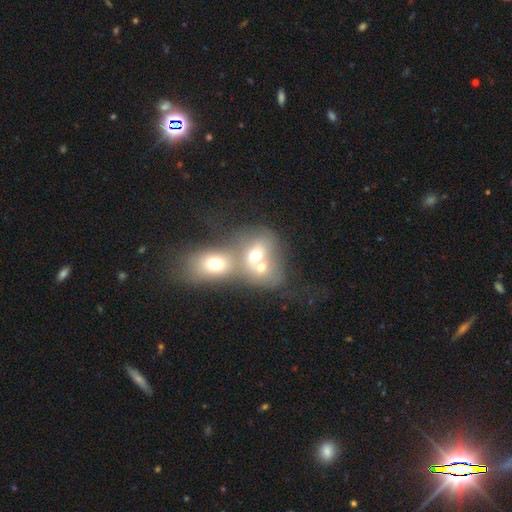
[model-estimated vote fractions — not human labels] Smooth or featured? smooth (60%)
How rounded? round (53%)
Merging? merger (67%)